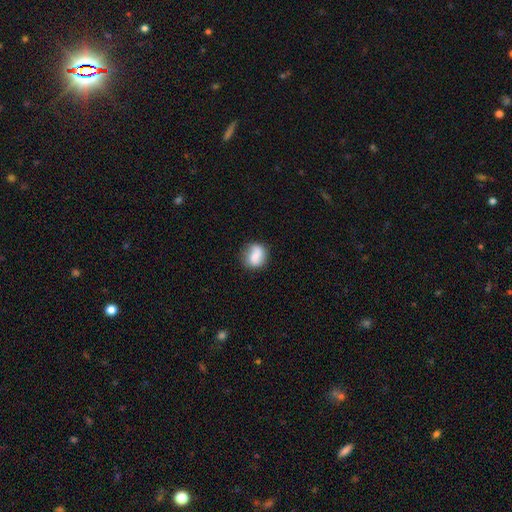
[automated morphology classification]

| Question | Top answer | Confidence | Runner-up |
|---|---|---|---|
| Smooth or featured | smooth | 74% | featured or disk (18%) |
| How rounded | round | 66% | in between (32%) |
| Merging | none | 62% | minor disturbance (24%) |